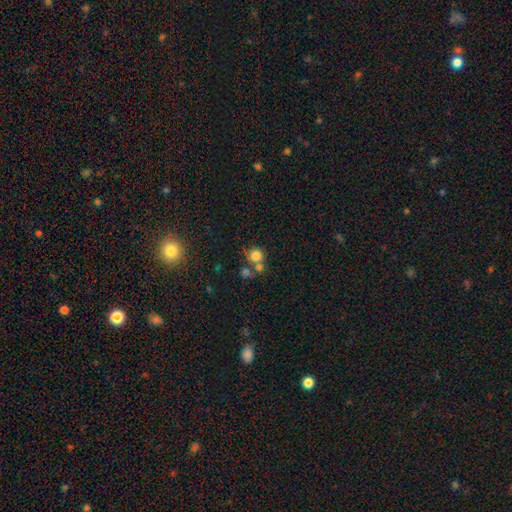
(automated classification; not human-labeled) Smooth or featured? smooth (76%)
How rounded? round (88%)
Merging? none (49%)